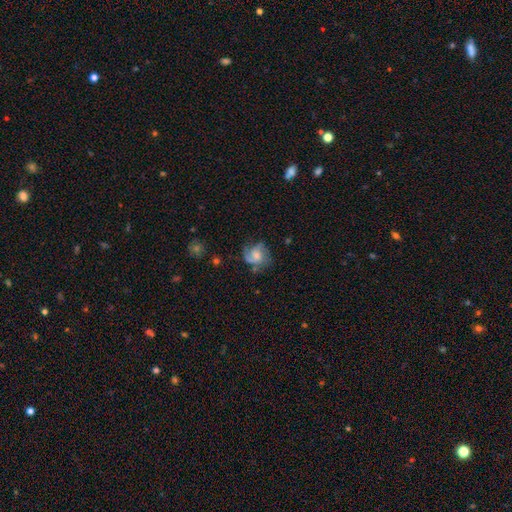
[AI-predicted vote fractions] A featured or disk galaxy (64%) with no bar (62%), 2 (54%) medium (46%) spiral arms (90%) and a moderate central bulge (47%). Merging: none (58%).